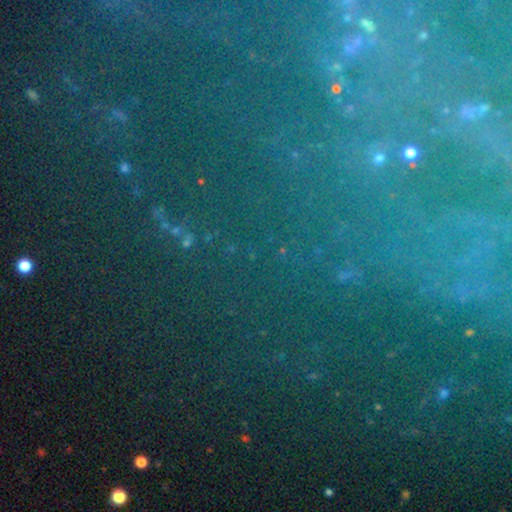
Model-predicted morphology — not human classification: star or artifact 69%, featured or disk 16%, smooth 15%.